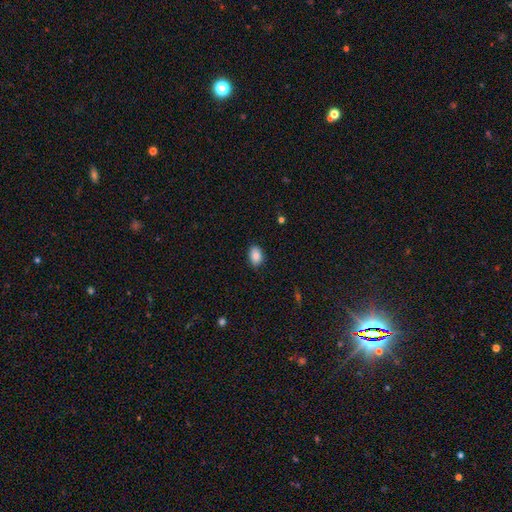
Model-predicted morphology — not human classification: smooth 88%, star or artifact 8%, featured or disk 5%. Down the decision tree: how rounded — in between (83%); merging — none (86%).